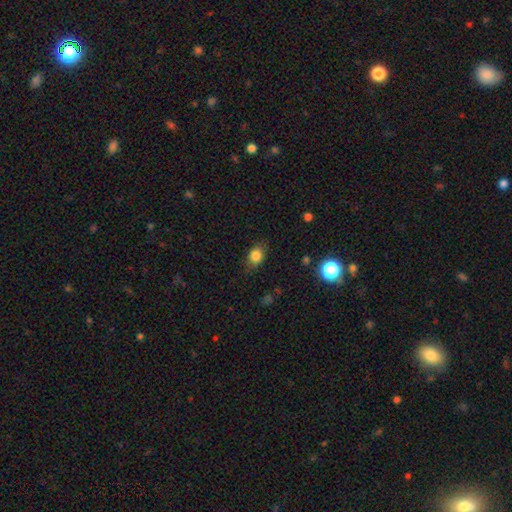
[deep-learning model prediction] This is clearly a smooth galaxy (83%). How rounded: likely in between (60%). Merging: likely none (78%).